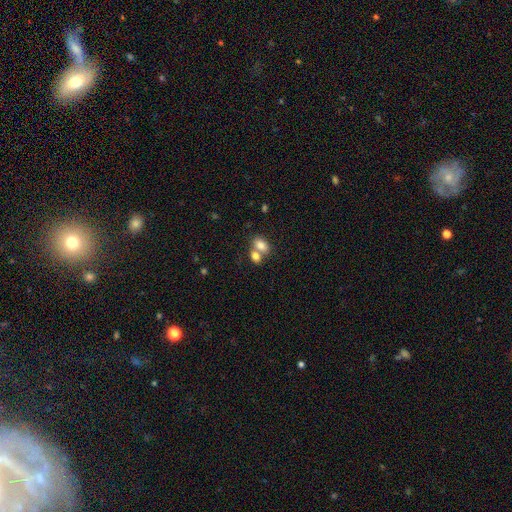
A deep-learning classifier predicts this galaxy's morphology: Overall: smooth (80%). How rounded: in between (79%). Merging: merger (59%; none 31%).